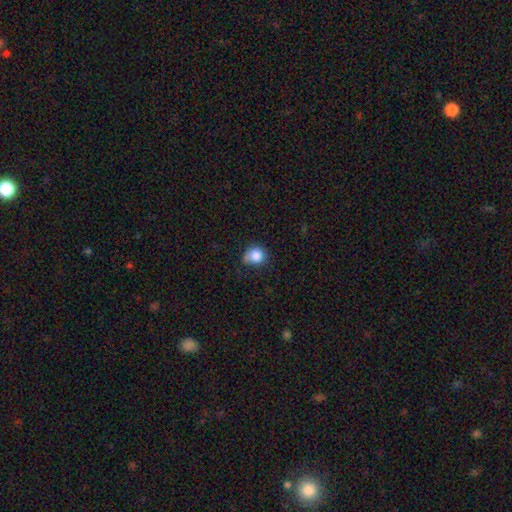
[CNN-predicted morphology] smooth-or-featured: smooth: 85% | star or artifact: 9% | featured or disk: 6%
  how-rounded: round: 80% | in between: 19% | cigar-shaped: 1%
  merging: none: 53% | minor disturbance: 33% | major disturbance: 9% | merger: 4%